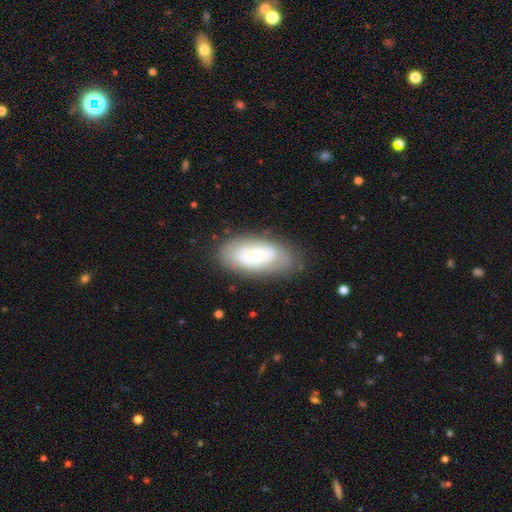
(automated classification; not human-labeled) Morphology: type=featured or disk (54%); edge-on=no (89%); merging=none (78%).